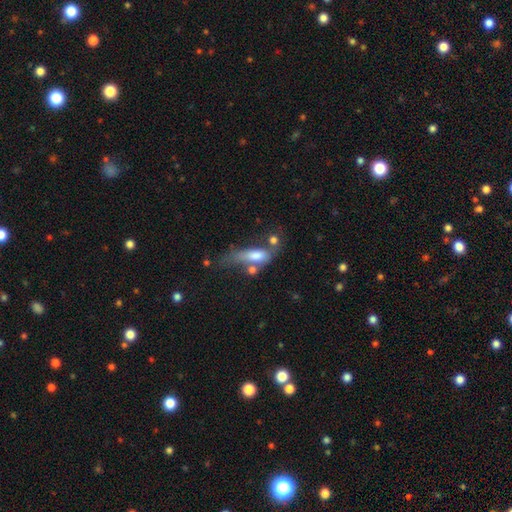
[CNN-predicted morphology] A smooth galaxy with no disk features (65%) that is in between round and cigar-shaped (64%). Merging: major disturbance (30%).